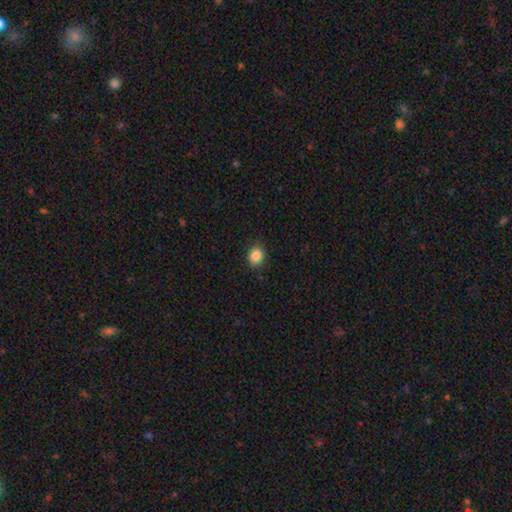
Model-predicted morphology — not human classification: Smooth or featured? smooth (86%)
How rounded? round (71%)
Merging? none (88%)